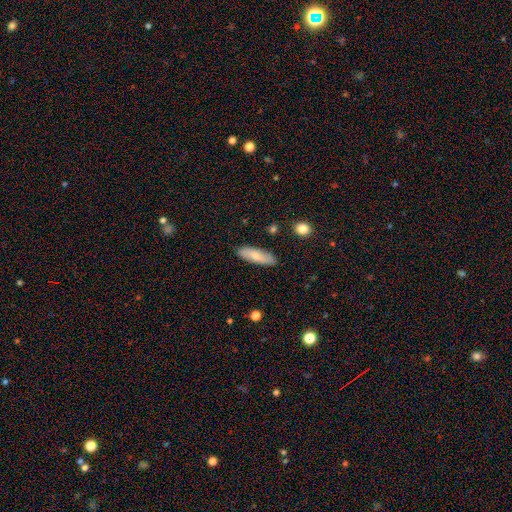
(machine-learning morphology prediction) smooth_or_featured: smooth (p=0.75) [alt: featured or disk p=0.19]
how_rounded: cigar-shaped (p=0.52) [alt: in between p=0.46]
merging: none (p=0.86) [alt: minor disturbance p=0.10]